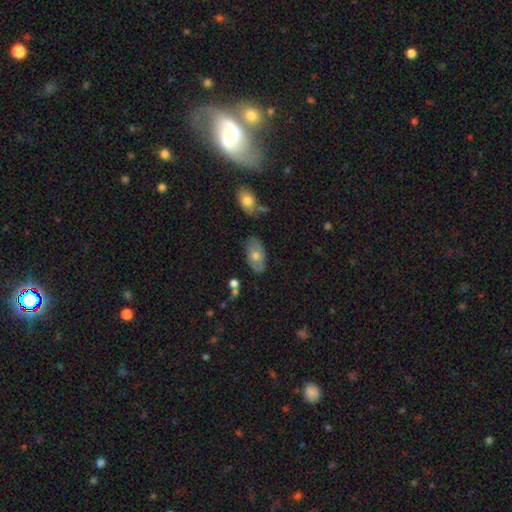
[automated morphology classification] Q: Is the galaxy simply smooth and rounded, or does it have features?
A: smooth — 59%.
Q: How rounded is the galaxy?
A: in between — 93%.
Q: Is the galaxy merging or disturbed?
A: none — 73%.